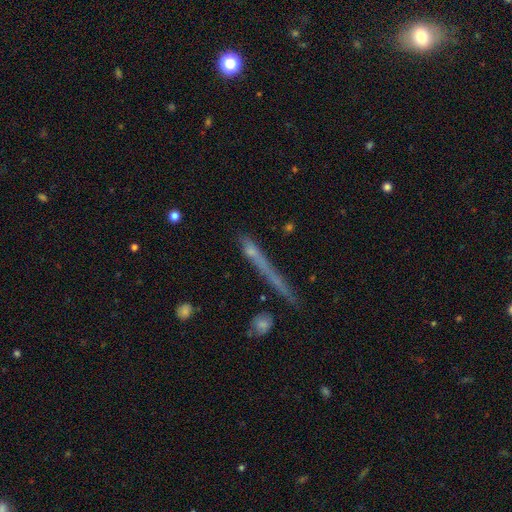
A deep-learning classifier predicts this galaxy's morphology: smooth-or-featured: smooth: 46% | featured or disk: 40% | star or artifact: 14%
  merging: none: 64% | minor disturbance: 18% | major disturbance: 11% | merger: 8%